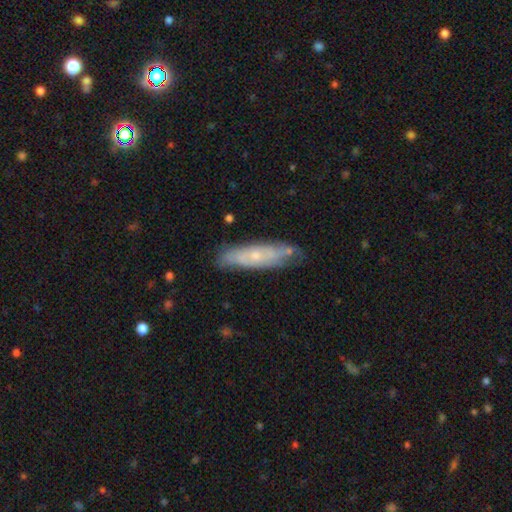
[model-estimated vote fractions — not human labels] Smooth or featured?
  - featured or disk: 53% *
  - smooth: 40%
  - star or artifact: 6%
Edge-on disk?
  - no: 63% *
  - yes: 37%
Merging?
  - none: 72% *
  - minor disturbance: 22%
  - major disturbance: 4%
  - merger: 3%